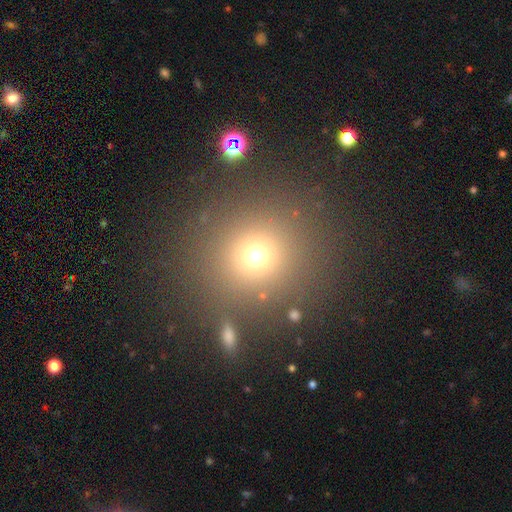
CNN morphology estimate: Smooth or featured? smooth (69%)
How rounded? round (88%)
Merging? none (82%)